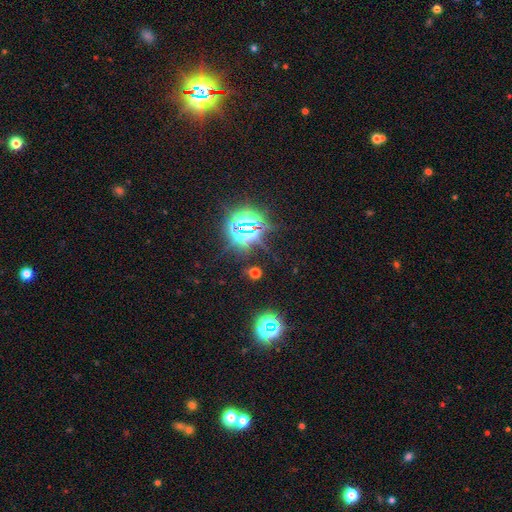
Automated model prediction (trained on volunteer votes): A star or artifact, not a galaxy (77%).